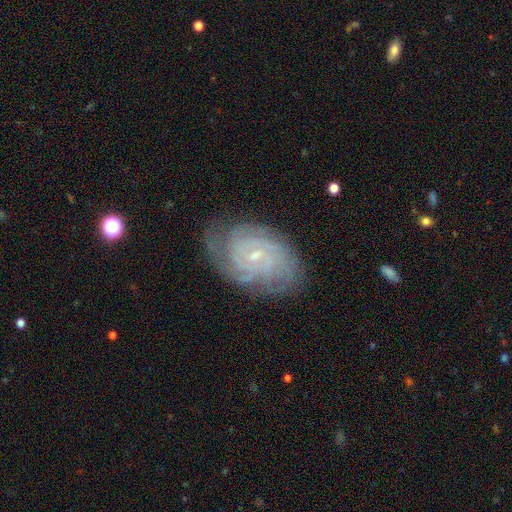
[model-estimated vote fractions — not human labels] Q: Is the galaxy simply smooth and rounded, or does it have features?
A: featured or disk — 86%.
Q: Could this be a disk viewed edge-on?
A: no — 97%.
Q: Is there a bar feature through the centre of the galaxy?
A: no — 58%.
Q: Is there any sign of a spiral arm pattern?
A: yes — 98%.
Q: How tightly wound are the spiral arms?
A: tight — 79%.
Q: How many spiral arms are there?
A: can't tell — 25%.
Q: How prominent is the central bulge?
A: small — 81%.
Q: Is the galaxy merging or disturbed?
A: none — 77%.